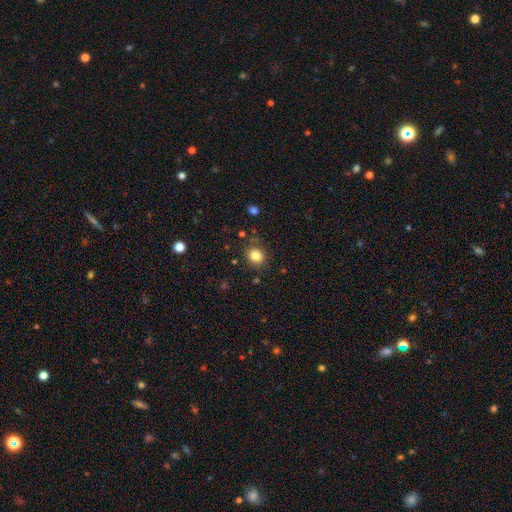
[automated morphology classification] The model was most divided on "how rounded": round: 71%, in between: 29%, cigar-shaped: 1%. More confident: smooth or featured — smooth (84%); merging — none (82%).